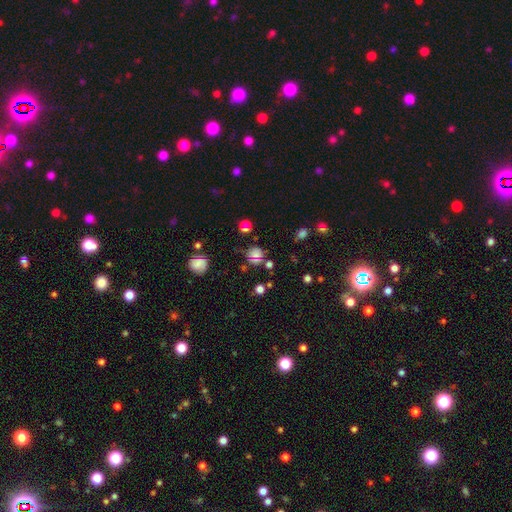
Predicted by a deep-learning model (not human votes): This appears to be a smooth galaxy with no disk features (52%) that is round (82%). Merging: none (67%).